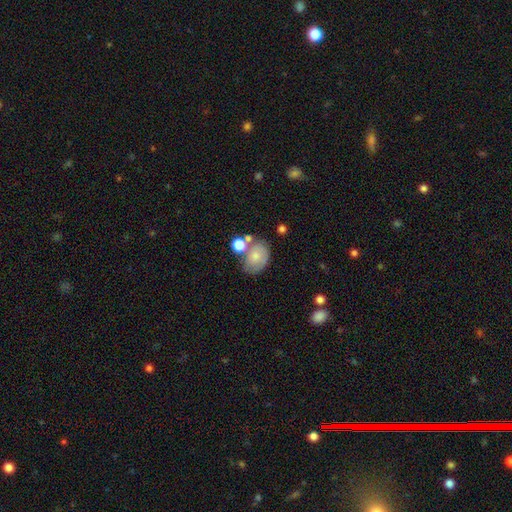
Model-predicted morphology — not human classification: This appears to be a smooth galaxy with no disk features (66%) that is in between round and cigar-shaped (69%). Merging: none (51%).